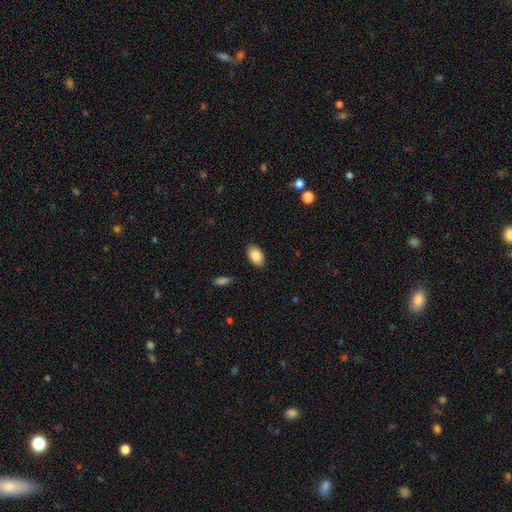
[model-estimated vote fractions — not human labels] Q: Smooth or featured?
A: smooth (87%); runner-up: star or artifact (7%)
Q: How rounded?
A: in between (92%); runner-up: round (6%)
Q: Merging?
A: none (88%); runner-up: minor disturbance (9%)